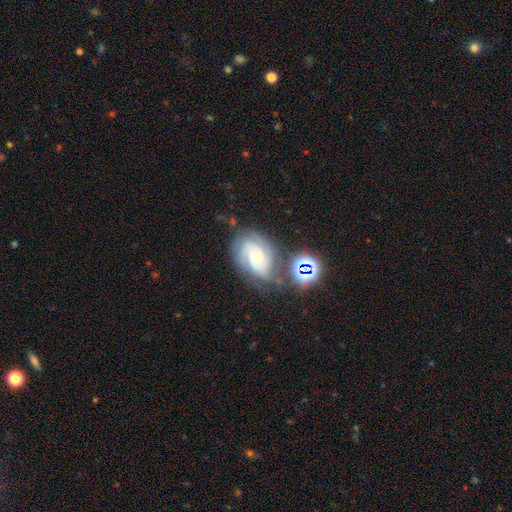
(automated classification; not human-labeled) Smooth or featured: featured or disk — 76% (smooth — 14%)
Edge-on disk: no — 97% (yes — 3%)
Bar: no — 66% (weak — 28%)
Spiral arms: yes — 95% (no — 5%)
Spiral winding: tight — 57% (medium — 35%)
Spiral arm count: 3 — 31% (can't tell — 27%)
Bulge size: small — 60% (moderate — 34%)
Merging: none — 58% (minor disturbance — 23%)